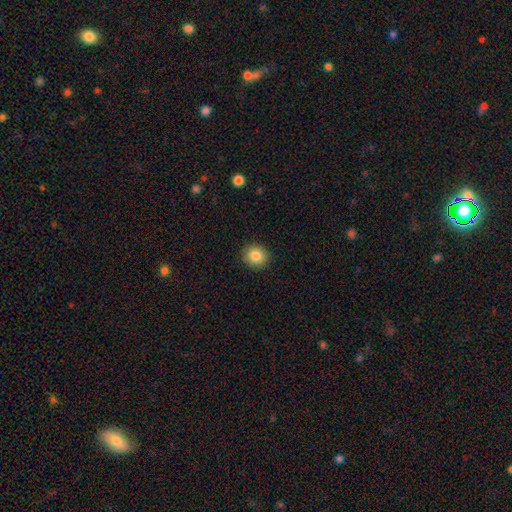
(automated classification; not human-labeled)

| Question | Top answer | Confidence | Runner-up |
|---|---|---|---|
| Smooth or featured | smooth | 85% | star or artifact (9%) |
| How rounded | round | 77% | in between (22%) |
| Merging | none | 90% | minor disturbance (7%) |